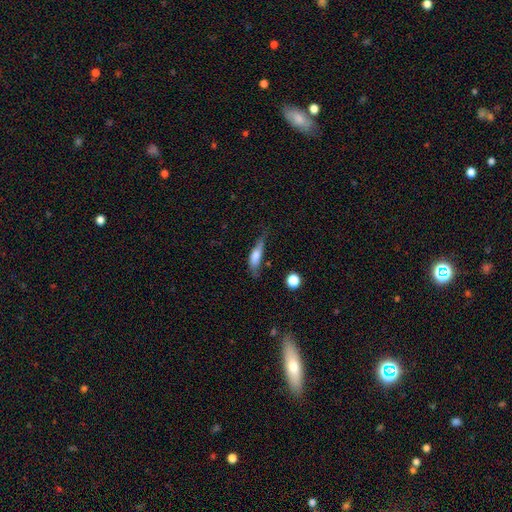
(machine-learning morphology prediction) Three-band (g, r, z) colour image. It shows a smooth galaxy with no disk features (68%) that is cigar-shaped (49%). Merging: none (40%).